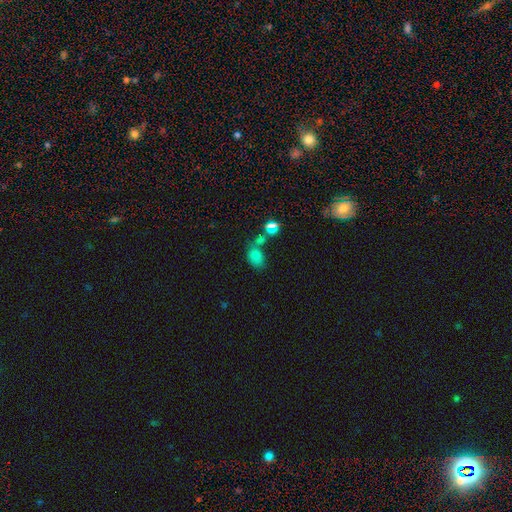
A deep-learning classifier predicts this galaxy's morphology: smooth_or_featured: smooth (p=0.71) [alt: star or artifact p=0.21]
how_rounded: in between (p=0.76) [alt: round p=0.23]
merging: none (p=0.43) [alt: merger p=0.30]